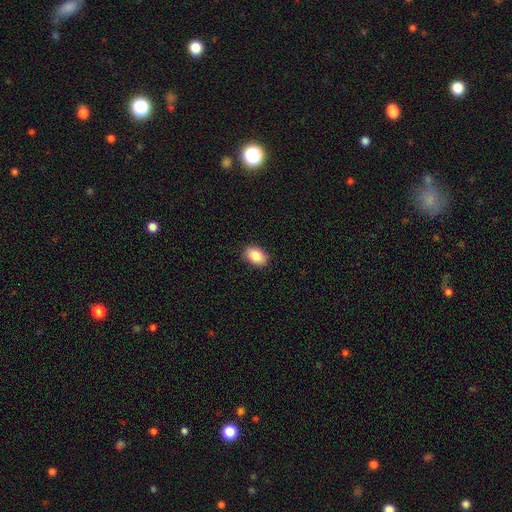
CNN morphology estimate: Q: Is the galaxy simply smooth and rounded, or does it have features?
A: smooth — 86%.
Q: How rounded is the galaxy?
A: in between — 84%.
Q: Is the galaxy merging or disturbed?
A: none — 88%.